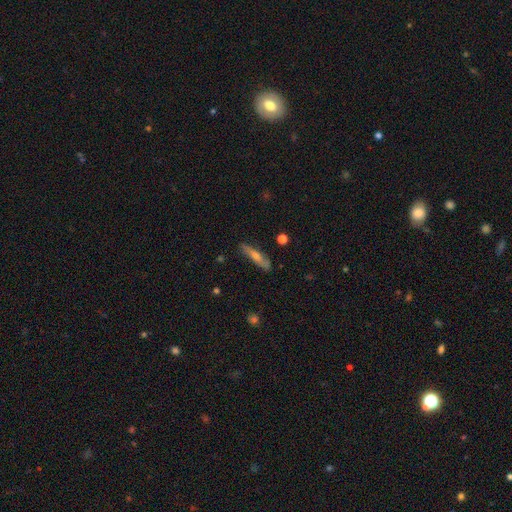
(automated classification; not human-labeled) Q: Smooth or featured?
A: featured or disk (49%); runner-up: smooth (43%)
Q: Merging?
A: none (81%); runner-up: minor disturbance (14%)